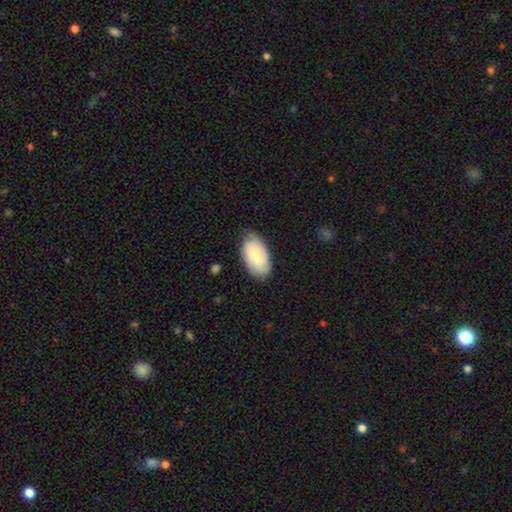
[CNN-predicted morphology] smooth 56%, featured or disk 38%, star or artifact 6%. Down the decision tree: how rounded — in between (94%); merging — none (74%).